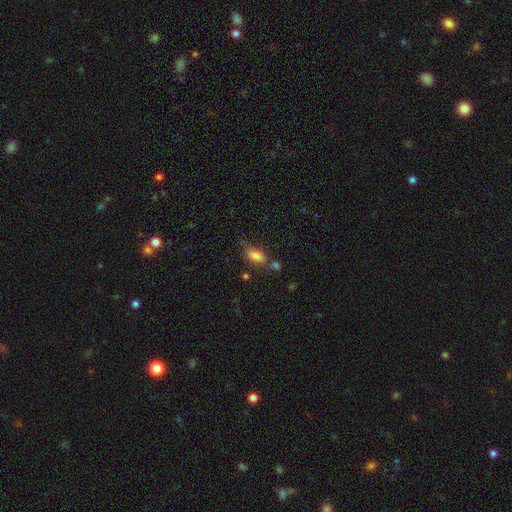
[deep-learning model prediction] Overall: smooth (82%). How rounded: in between (87%). Merging: none (57%; minor disturbance 19%).